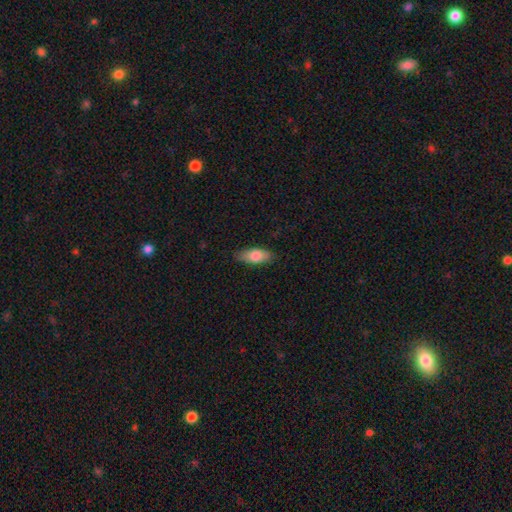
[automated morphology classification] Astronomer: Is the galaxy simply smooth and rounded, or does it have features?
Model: smooth — 77%.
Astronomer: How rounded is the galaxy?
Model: in between — 78%.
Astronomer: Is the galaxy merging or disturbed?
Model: none — 85%.